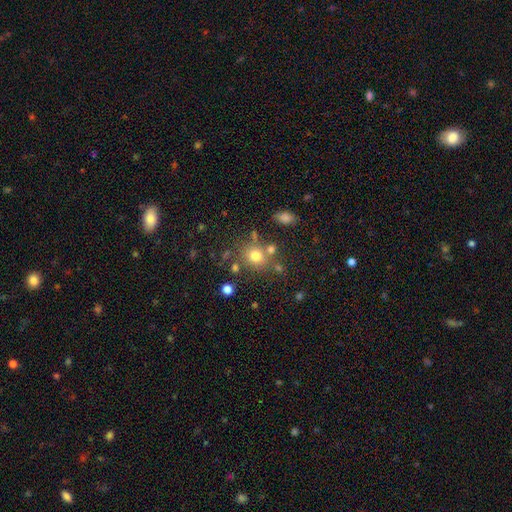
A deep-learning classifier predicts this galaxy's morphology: A smooth galaxy with no disk features (74%) that is round (76%).

Vote fractions:
- Smooth or featured? smooth: 74% / star or artifact: 15% / featured or disk: 11%
- How rounded? round: 76% / in between: 23% / cigar-shaped: 1%
- Merging? none: 68% / merger: 14% / minor disturbance: 13% / major disturbance: 5%